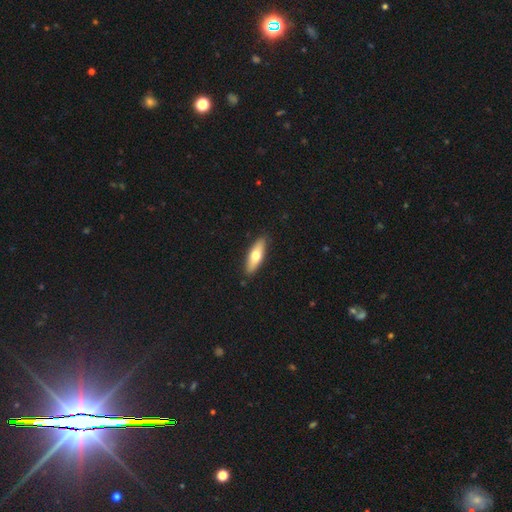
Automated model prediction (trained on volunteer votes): A smooth galaxy with no disk features (63%) that is in between round and cigar-shaped (50%). Merging: none (89%).